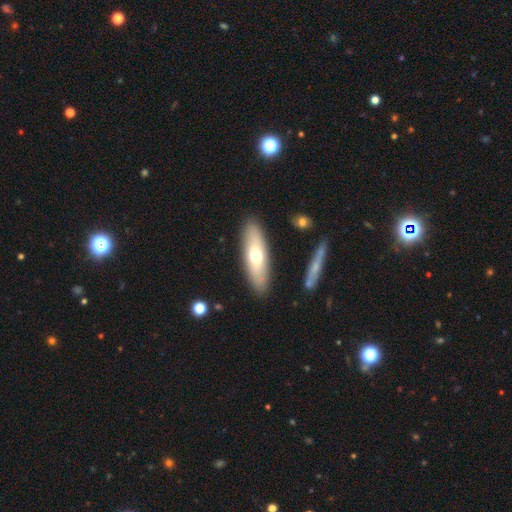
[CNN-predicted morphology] Overall: smooth (60%; featured or disk 34%). How rounded: in between (52%; cigar-shaped 45%). Merging: none (87%).